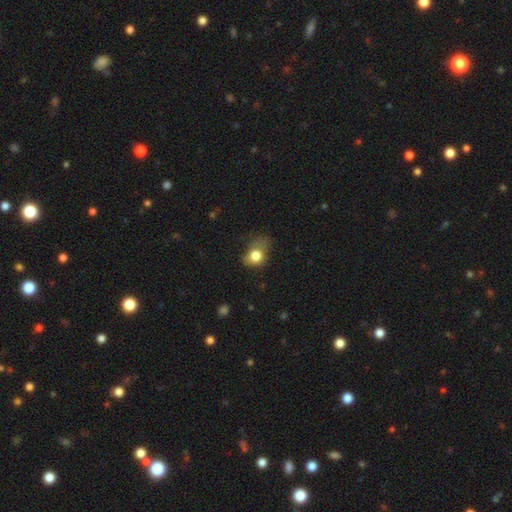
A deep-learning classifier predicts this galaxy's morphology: smooth_or_featured: smooth (p=0.77) [alt: featured or disk p=0.13]
how_rounded: round (p=0.52) [alt: in between p=0.47]
merging: minor disturbance (p=0.35) [alt: none p=0.32]